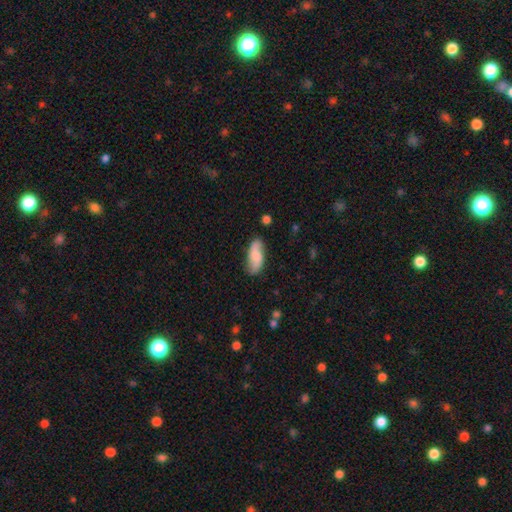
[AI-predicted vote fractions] Q: Smooth or featured?
A: smooth (60%); runner-up: featured or disk (33%)
Q: How rounded?
A: in between (79%); runner-up: cigar-shaped (18%)
Q: Merging?
A: none (77%); runner-up: minor disturbance (17%)